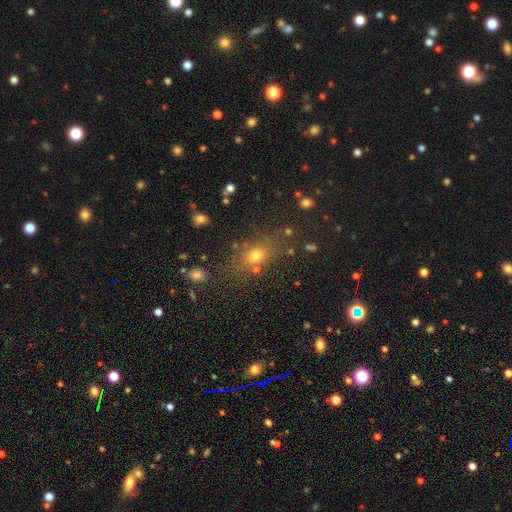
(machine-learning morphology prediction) A smooth galaxy with no disk features (68%) that is in between round and cigar-shaped (59%).

Vote fractions:
- Smooth or featured? smooth: 68% / star or artifact: 20% / featured or disk: 12%
- How rounded? in between: 59% / round: 36% / cigar-shaped: 5%
- Merging? none: 74% / minor disturbance: 13% / merger: 8% / major disturbance: 6%